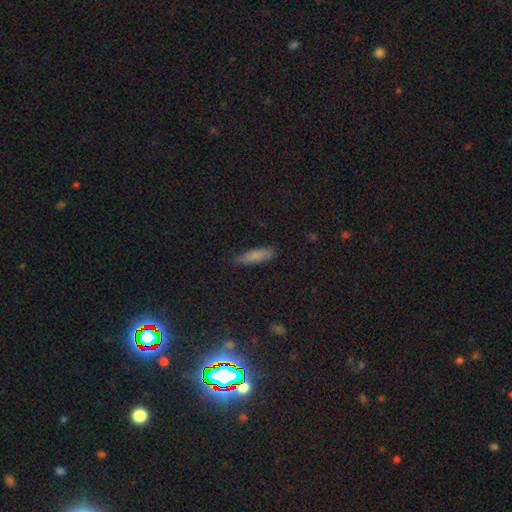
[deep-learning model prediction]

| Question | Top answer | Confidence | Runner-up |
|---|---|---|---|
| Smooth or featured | smooth | 80% | featured or disk (11%) |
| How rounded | cigar-shaped | 66% | in between (32%) |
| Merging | none | 77% | minor disturbance (18%) |